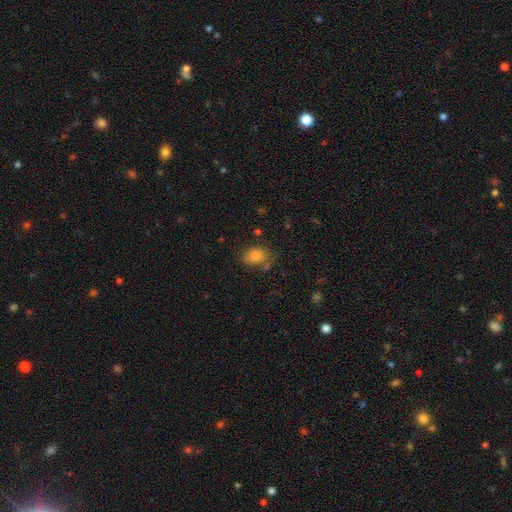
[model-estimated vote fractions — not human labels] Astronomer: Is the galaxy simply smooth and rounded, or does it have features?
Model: smooth — 81%.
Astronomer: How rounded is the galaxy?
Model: in between — 72%.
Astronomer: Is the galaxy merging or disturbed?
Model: none — 68%.